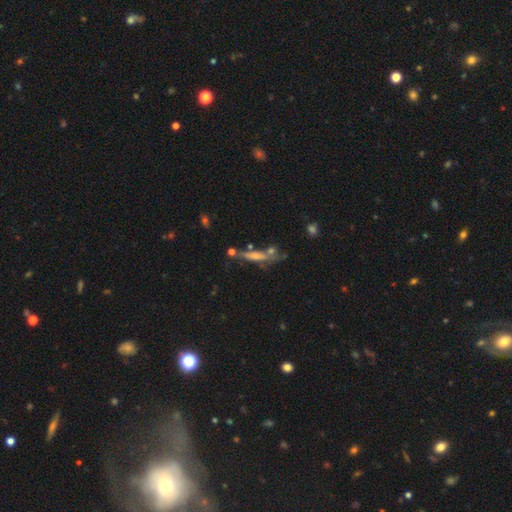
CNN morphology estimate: smooth-or-featured: smooth: 51% | featured or disk: 38% | star or artifact: 11%
  how-rounded: cigar-shaped: 83% | in between: 14% | round: 3%
  merging: none: 49% | merger: 20% | minor disturbance: 19% | major disturbance: 12%